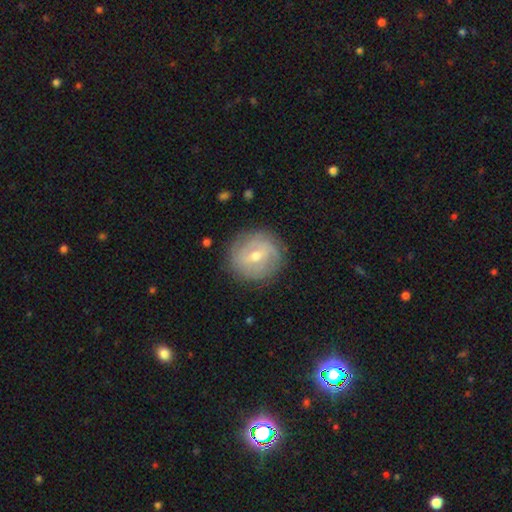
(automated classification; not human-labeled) smooth-or-featured: featured or disk: 68% | smooth: 24% | star or artifact: 8%
  disk-edge-on: no: 96% | yes: 4%
    bar: weak: 54% | no: 25% | strong: 21%
    has-spiral-arms: yes: 76% | no: 24%
    bulge-size: moderate: 56% | small: 40% | large: 2% | none: 1% | dominant: 1%
  merging: none: 84% | minor disturbance: 12% | major disturbance: 4% | merger: 1%